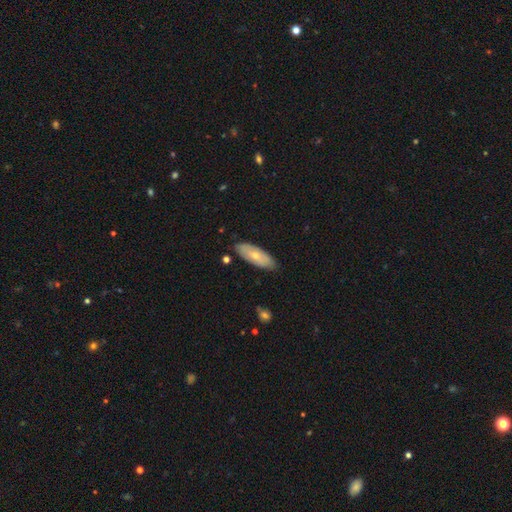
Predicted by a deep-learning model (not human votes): Q: Smooth or featured?
A: smooth (58%); runner-up: featured or disk (36%)
Q: How rounded?
A: in between (73%); runner-up: cigar-shaped (25%)
Q: Merging?
A: none (82%); runner-up: minor disturbance (15%)